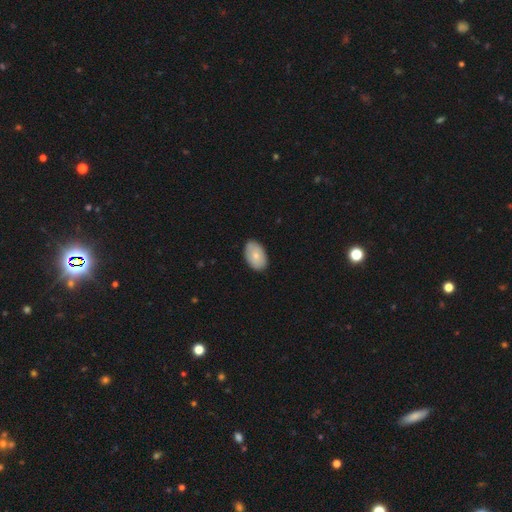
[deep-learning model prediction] smooth 76%, featured or disk 18%, star or artifact 6%. Down the decision tree: how rounded — in between (92%); merging — none (86%).